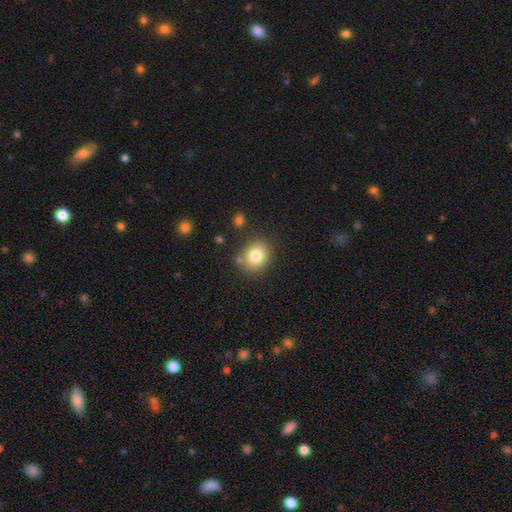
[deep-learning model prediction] Morphology: type=smooth (81%); roundness=round (63%); merging=none (80%).